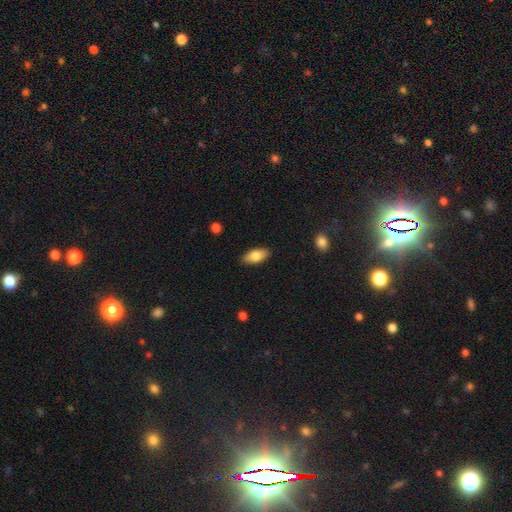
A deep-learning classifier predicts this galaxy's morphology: Smooth or featured? smooth (80%)
How rounded? in between (89%)
Merging? none (88%)